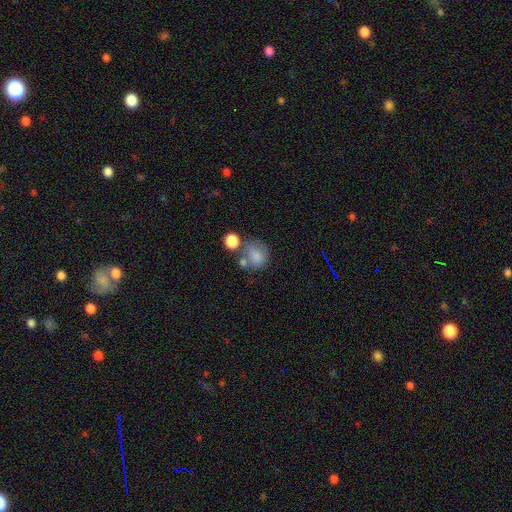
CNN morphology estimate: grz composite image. It shows a smooth galaxy with no disk features (79%) that is round (68%). Merging: none (45%).